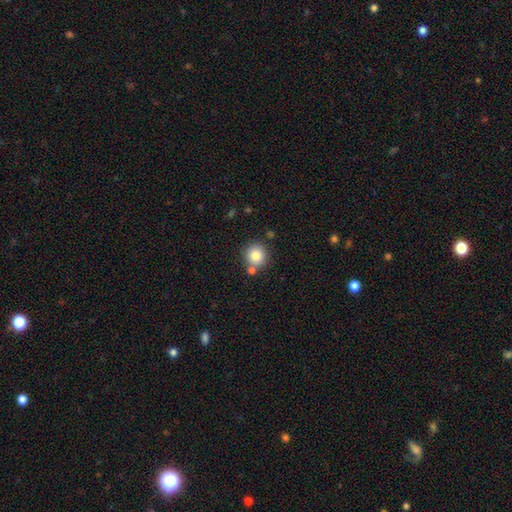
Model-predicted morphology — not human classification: smooth-or-featured: smooth: 81% | star or artifact: 10% | featured or disk: 8%
  how-rounded: round: 92% | in between: 7% | cigar-shaped: 1%
  merging: none: 75% | merger: 14% | minor disturbance: 9% | major disturbance: 3%